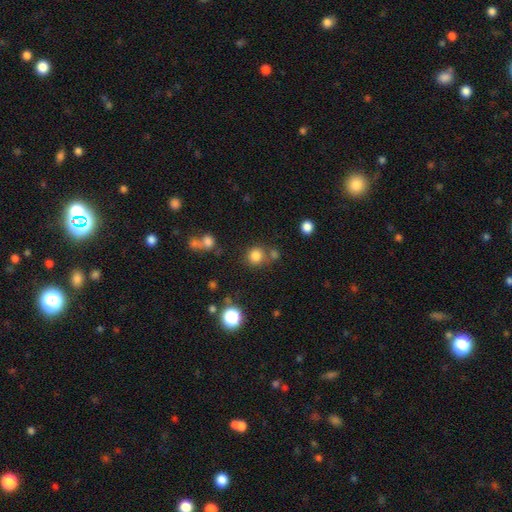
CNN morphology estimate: A smooth galaxy with no disk features (80%) that is round (88%).

Vote fractions:
- Smooth or featured? smooth: 80% / star or artifact: 14% / featured or disk: 6%
- How rounded? round: 88% / in between: 11% / cigar-shaped: 1%
- Merging? none: 71% / merger: 14% / minor disturbance: 10% / major disturbance: 4%